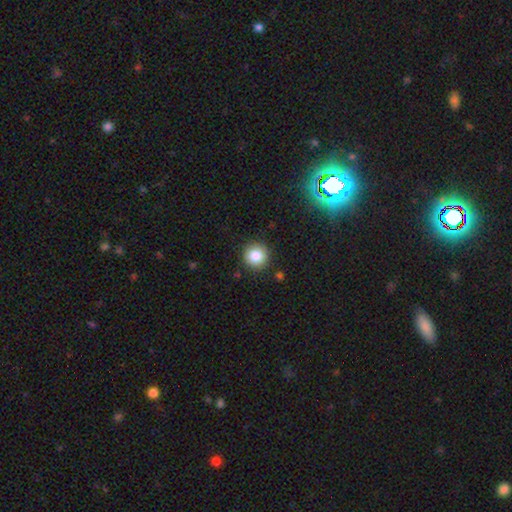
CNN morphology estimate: smooth 83%, star or artifact 10%, featured or disk 7%. Down the decision tree: how rounded — round (94%); merging — none (90%).